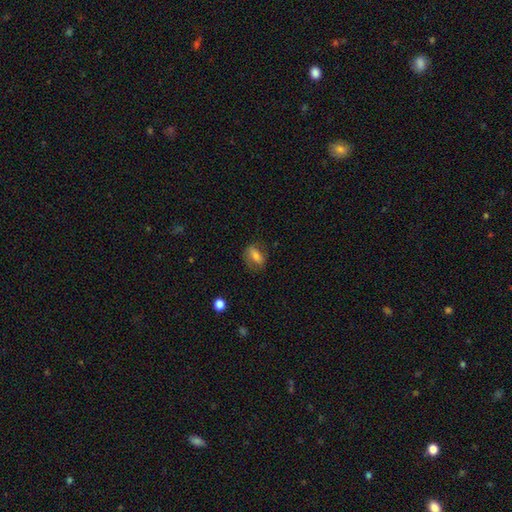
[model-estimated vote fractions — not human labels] Smooth or featured? smooth (61%)
How rounded? in between (71%)
Merging? none (70%)